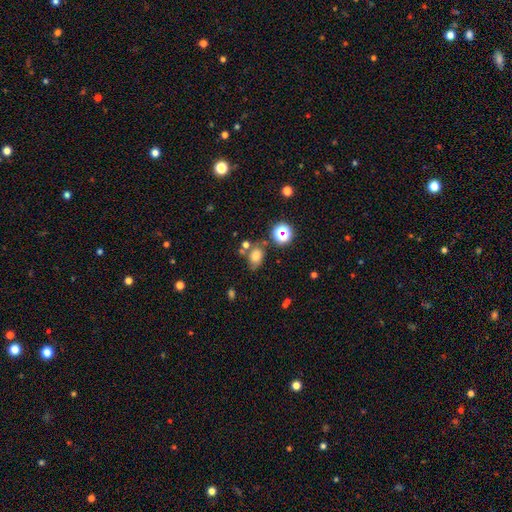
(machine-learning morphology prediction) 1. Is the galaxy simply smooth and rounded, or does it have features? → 72% smooth, 18% star or artifact, 10% featured or disk.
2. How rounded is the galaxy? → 64% in between, 34% round, 2% cigar-shaped.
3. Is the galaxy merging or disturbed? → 57% none, 20% minor disturbance, 15% merger, 8% major disturbance.